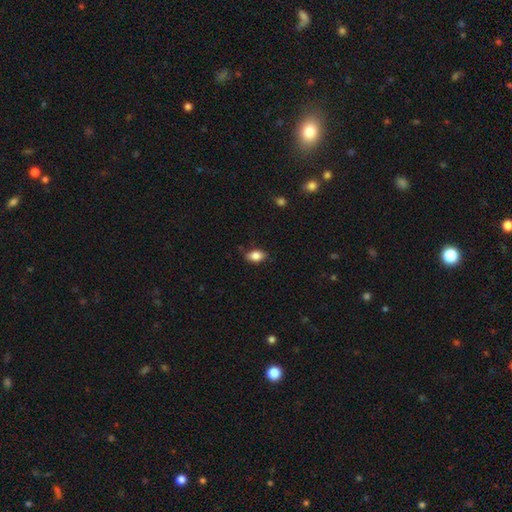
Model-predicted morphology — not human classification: Overall: smooth (84%). How rounded: in between (88%). Merging: none (80%).